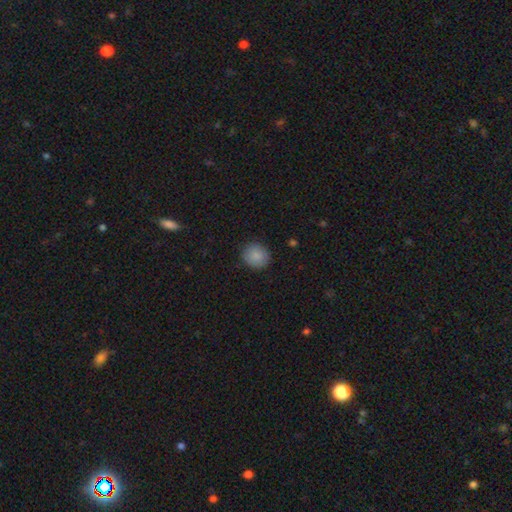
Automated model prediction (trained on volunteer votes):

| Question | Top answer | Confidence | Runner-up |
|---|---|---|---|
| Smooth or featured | smooth | 87% | star or artifact (8%) |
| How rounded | round | 86% | in between (13%) |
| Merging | none | 88% | minor disturbance (9%) |